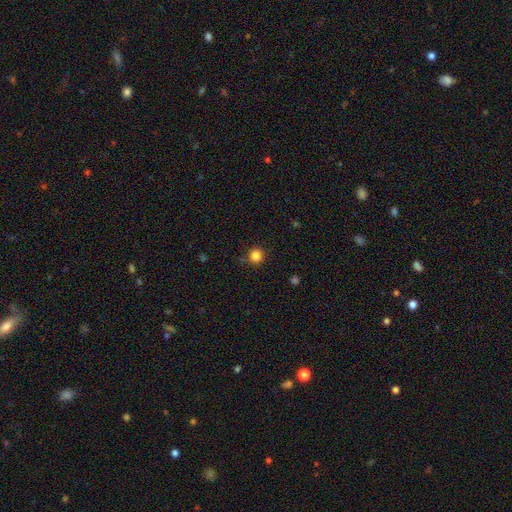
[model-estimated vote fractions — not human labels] This is clearly a smooth galaxy (83%). How rounded: clearly round (94%). Merging: clearly none (84%).